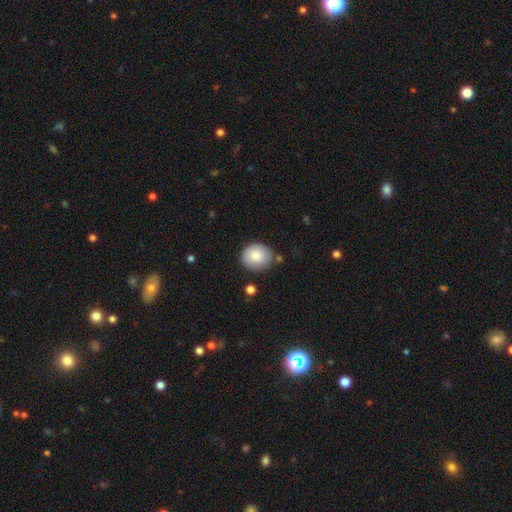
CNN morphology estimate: Q: Smooth or featured?
A: smooth (83%); runner-up: featured or disk (10%)
Q: How rounded?
A: round (75%); runner-up: in between (24%)
Q: Merging?
A: none (79%); runner-up: minor disturbance (14%)